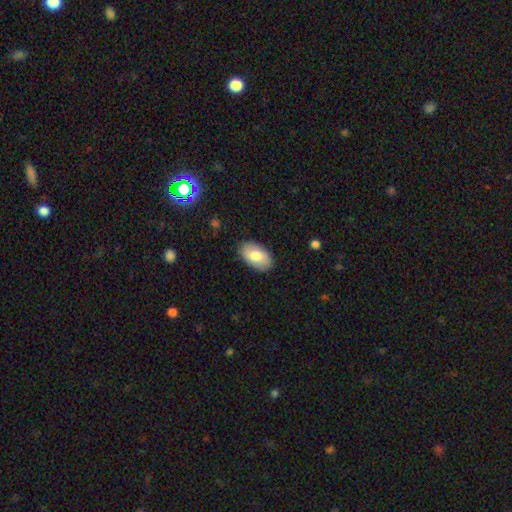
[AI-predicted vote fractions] Smooth or featured? smooth (79%)
How rounded? in between (95%)
Merging? none (88%)